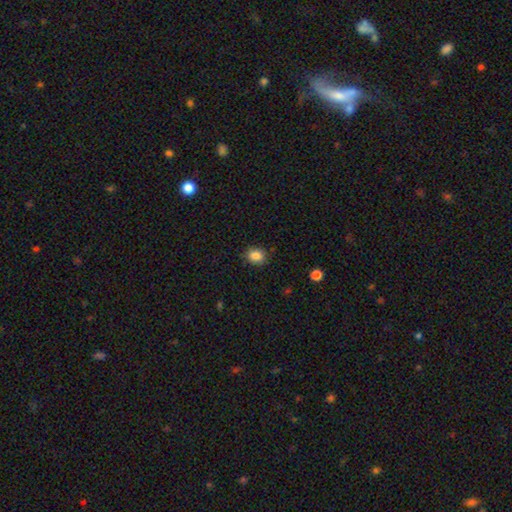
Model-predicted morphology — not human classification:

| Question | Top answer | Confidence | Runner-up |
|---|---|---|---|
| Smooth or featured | smooth | 85% | star or artifact (10%) |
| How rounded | round | 57% | in between (42%) |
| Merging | none | 87% | minor disturbance (10%) |